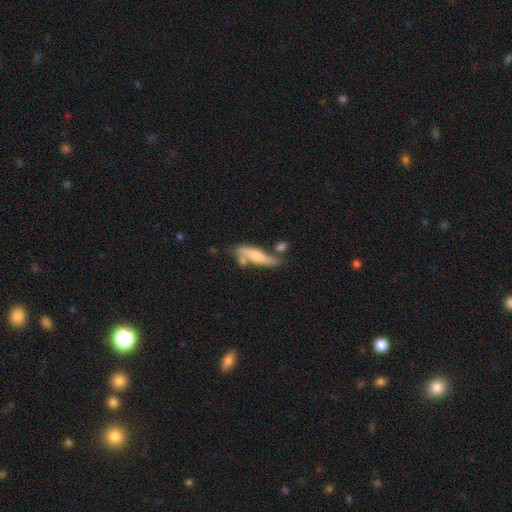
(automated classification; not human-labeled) Overall: smooth (52%; featured or disk 41%). How rounded: cigar-shaped (67%; in between 31%). Merging: none (45%; merger 23%).